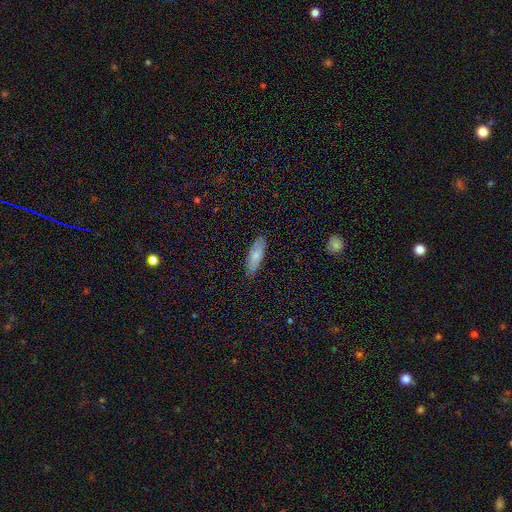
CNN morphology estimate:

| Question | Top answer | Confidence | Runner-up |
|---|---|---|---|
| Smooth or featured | smooth | 74% | featured or disk (20%) |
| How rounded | in between | 57% | cigar-shaped (41%) |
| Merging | none | 84% | minor disturbance (13%) |